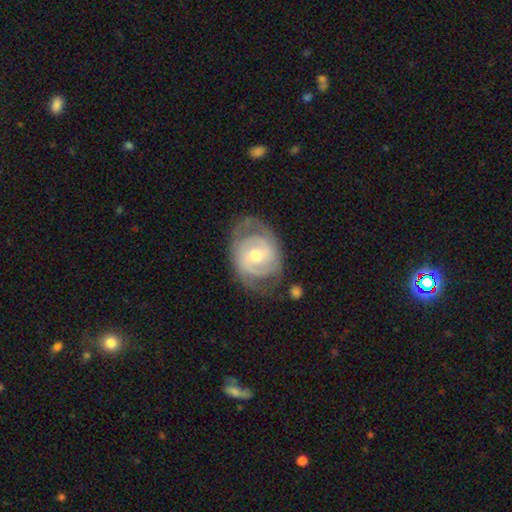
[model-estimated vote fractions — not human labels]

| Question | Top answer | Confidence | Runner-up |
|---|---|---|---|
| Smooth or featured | featured or disk | 78% | smooth (17%) |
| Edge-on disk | no | 96% | yes (4%) |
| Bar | no | 49% | weak (39%) |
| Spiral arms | yes | 83% | no (17%) |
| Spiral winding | tight | 55% | medium (33%) |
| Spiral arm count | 2 | 57% | can't tell (25%) |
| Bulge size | moderate | 64% | small (31%) |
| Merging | none | 64% | minor disturbance (22%) |